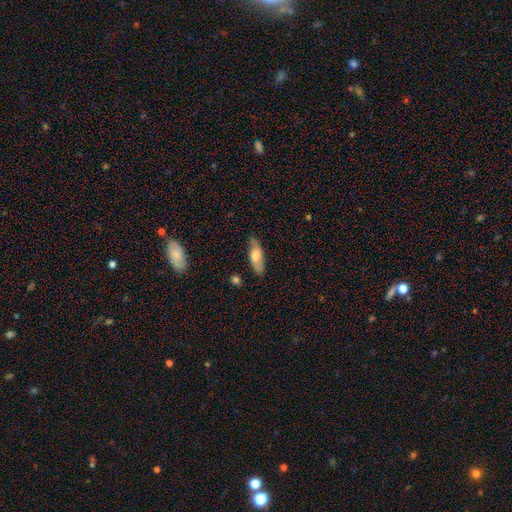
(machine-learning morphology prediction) Smooth or featured? Predicted: smooth (p=0.56). How rounded? Predicted: in between (p=0.66). Merging? Predicted: none (p=0.82).